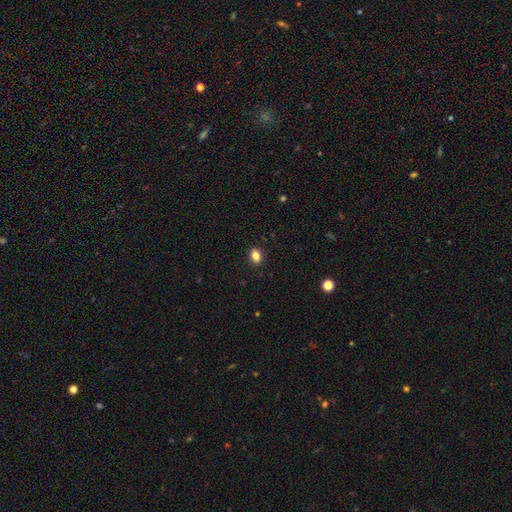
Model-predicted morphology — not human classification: type=smooth (85%); roundness=in between (72%); merging=none (89%).